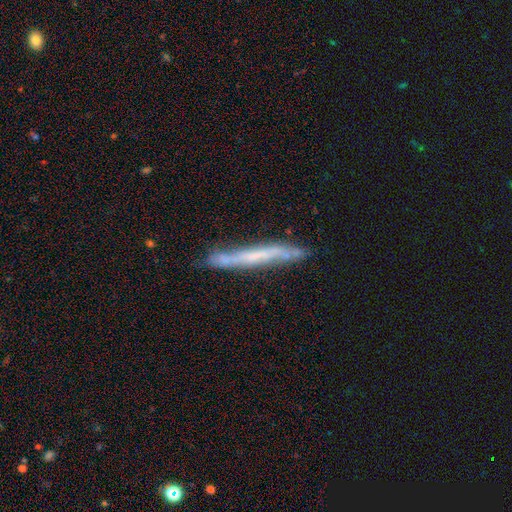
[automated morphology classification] This is possibly a featured or disk galaxy (57%). It is clearly viewed edge-on (85%). Merging: likely none (76%).